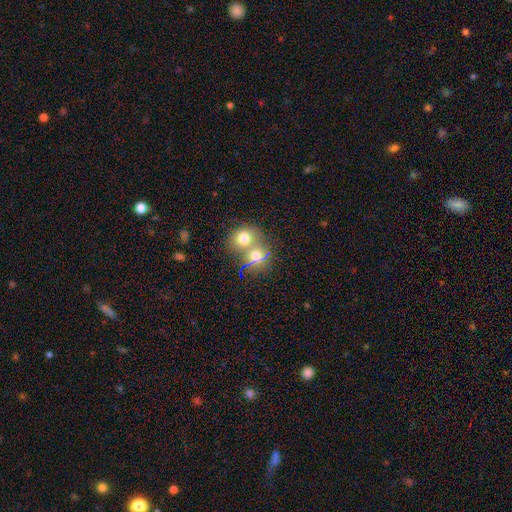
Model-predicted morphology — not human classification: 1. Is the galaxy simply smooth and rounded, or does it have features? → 67% smooth, 17% featured or disk, 16% star or artifact.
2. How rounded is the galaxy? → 72% round, 27% in between, 1% cigar-shaped.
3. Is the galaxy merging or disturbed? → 61% merger, 29% none, 6% minor disturbance, 4% major disturbance.